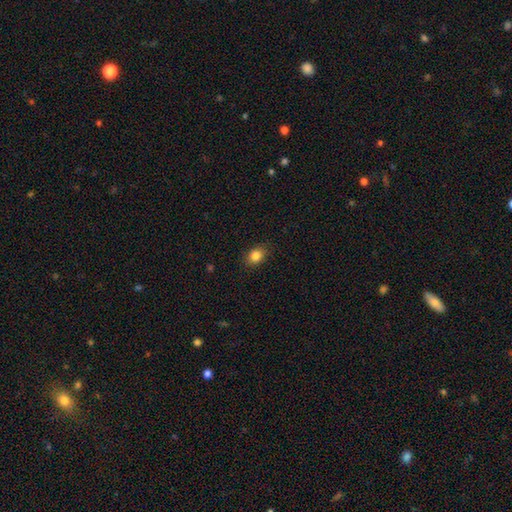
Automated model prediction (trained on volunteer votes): A smooth galaxy with no disk features (84%) that is in between round and cigar-shaped (62%). Merging: none (87%).